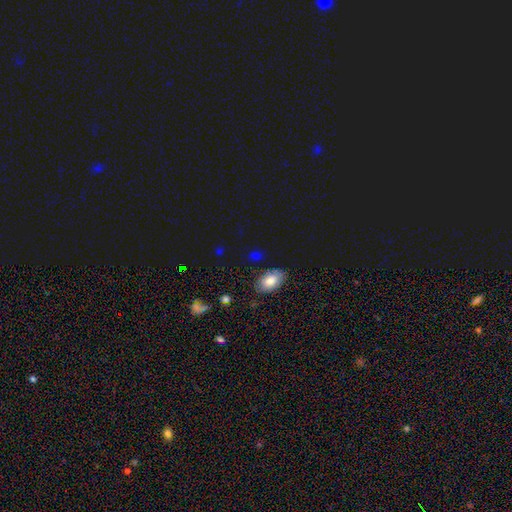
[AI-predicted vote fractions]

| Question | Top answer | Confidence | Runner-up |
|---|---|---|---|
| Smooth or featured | smooth | 67% | star or artifact (21%) |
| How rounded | in between | 72% | round (24%) |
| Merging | none | 79% | minor disturbance (14%) |